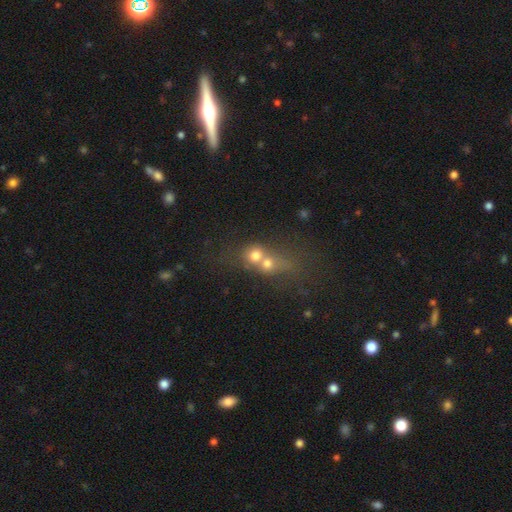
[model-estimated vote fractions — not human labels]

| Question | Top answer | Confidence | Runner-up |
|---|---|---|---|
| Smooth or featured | smooth | 65% | featured or disk (21%) |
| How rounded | round | 72% | in between (26%) |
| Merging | merger | 71% | none (20%) |